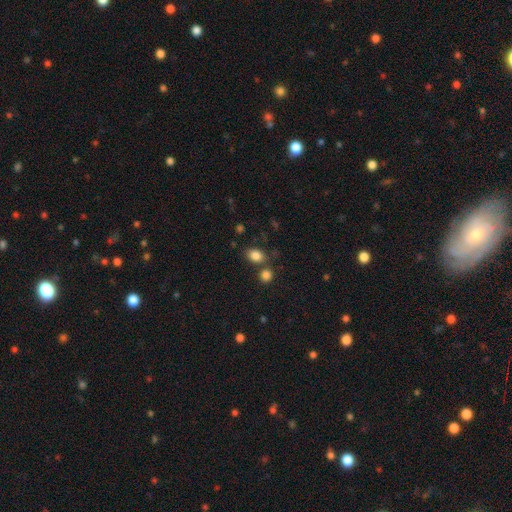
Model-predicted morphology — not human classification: Overall: smooth (84%). How rounded: in between (68%; round 31%). Merging: none (68%).